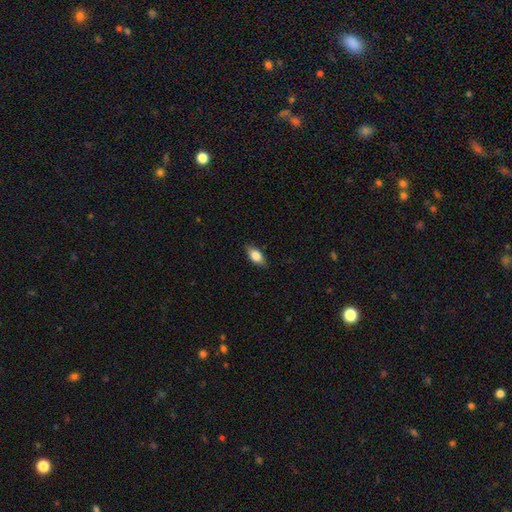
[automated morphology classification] The model was most divided on "smooth or featured": smooth: 80%, featured or disk: 13%, star or artifact: 7%. More confident: how rounded — in between (87%); merging — none (85%).